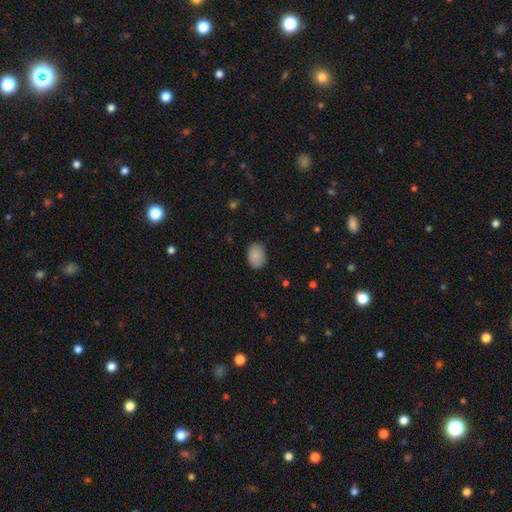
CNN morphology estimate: This appears to be a smooth galaxy with no disk features (89%) that is in between round and cigar-shaped (75%). Merging: none (83%).